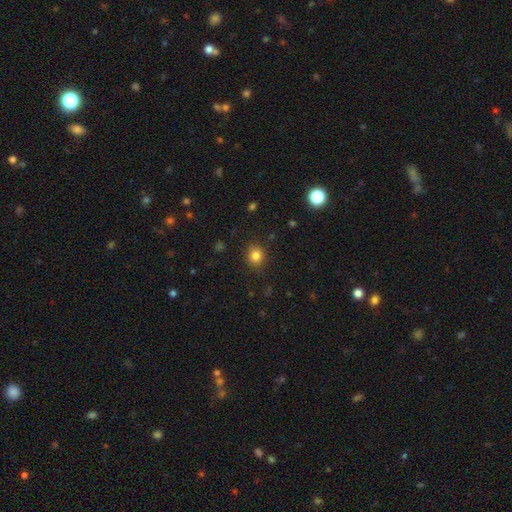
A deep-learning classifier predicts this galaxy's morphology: Q: Smooth or featured?
A: smooth (82%); runner-up: star or artifact (12%)
Q: How rounded?
A: round (79%); runner-up: in between (20%)
Q: Merging?
A: none (88%); runner-up: minor disturbance (8%)